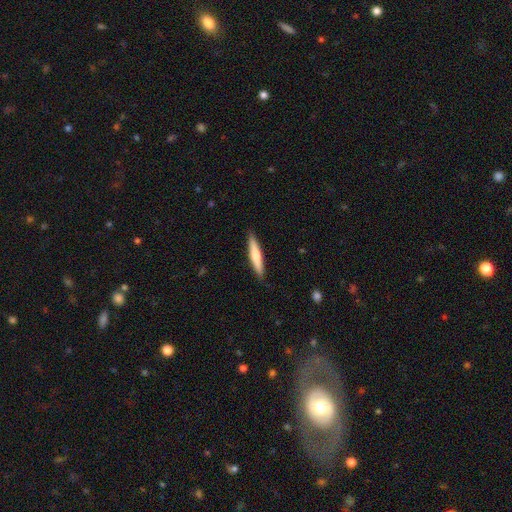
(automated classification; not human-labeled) This is likely a smooth galaxy (64%). How rounded: clearly cigar-shaped (92%). Merging: clearly none (90%).